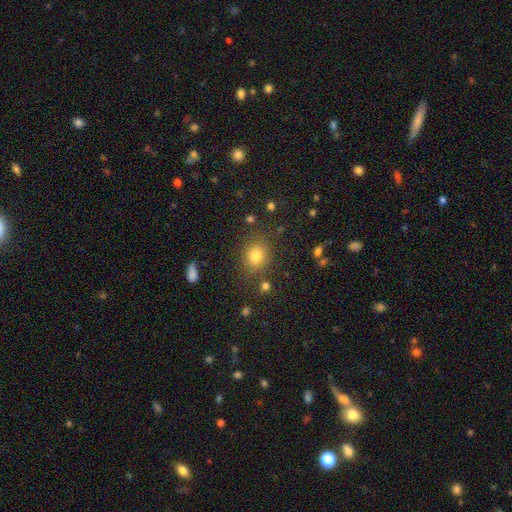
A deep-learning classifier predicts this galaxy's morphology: Overall: smooth (78%). How rounded: round (63%; in between 36%). Merging: none (82%).